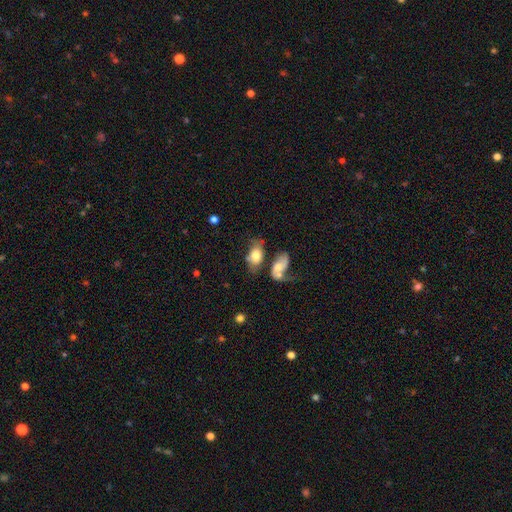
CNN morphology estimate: type=smooth (70%); roundness=in between (88%); merging=merger (44%).